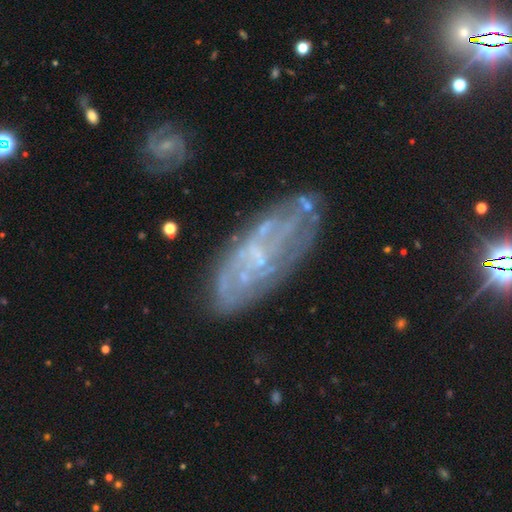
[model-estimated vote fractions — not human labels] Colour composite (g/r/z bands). It shows a featured or disk galaxy (70%) with no bar (62%), spiral arms (64%) and a small central bulge (55%). Merging: none (66%).